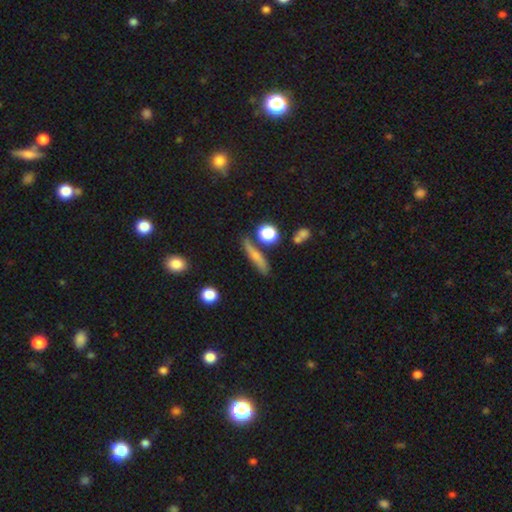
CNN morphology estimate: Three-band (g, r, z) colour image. It shows a smooth galaxy with no disk features (59%) that is cigar-shaped (79%). Merging: none (72%).